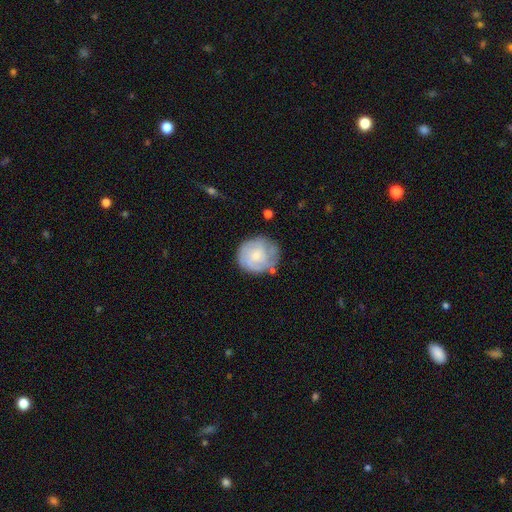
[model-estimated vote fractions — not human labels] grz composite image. It shows a featured or disk galaxy (48%). Merging: none (68%).